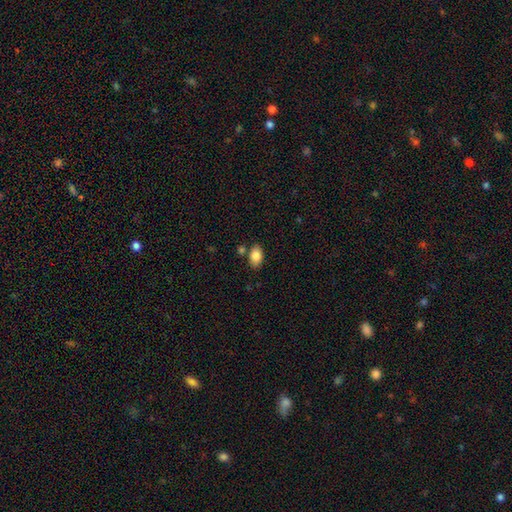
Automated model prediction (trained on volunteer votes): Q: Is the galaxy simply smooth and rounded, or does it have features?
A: smooth — 84%.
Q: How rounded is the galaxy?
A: in between — 90%.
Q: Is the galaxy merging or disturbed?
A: none — 78%.